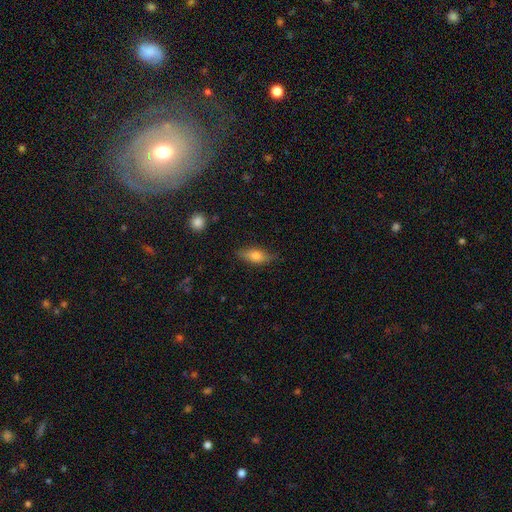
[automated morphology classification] smooth-or-featured: smooth: 63% | featured or disk: 30% | star or artifact: 7%
  how-rounded: in between: 65% | cigar-shaped: 30% | round: 4%
  merging: none: 79% | minor disturbance: 16% | major disturbance: 3% | merger: 1%